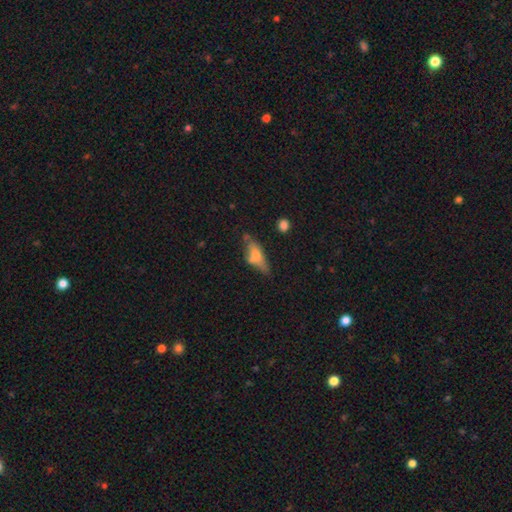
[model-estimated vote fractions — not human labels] Smooth or featured? smooth (55%)
How rounded? in between (60%)
Merging? none (46%)